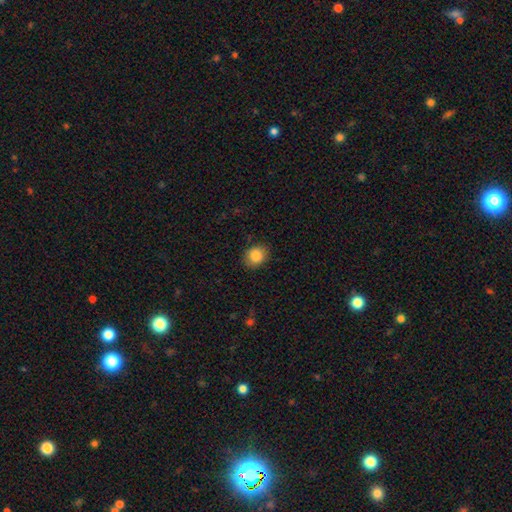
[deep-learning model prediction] Morphology: type=smooth (85%); roundness=round (64%); merging=none (87%).